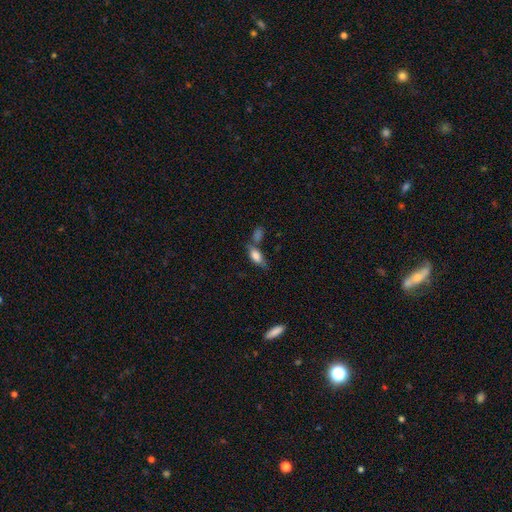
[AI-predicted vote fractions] This is likely a smooth galaxy (72%). How rounded: likely in between (79%). Merging: possibly none (47%).